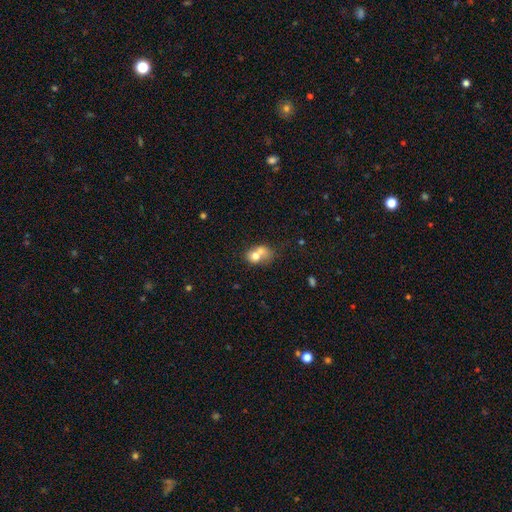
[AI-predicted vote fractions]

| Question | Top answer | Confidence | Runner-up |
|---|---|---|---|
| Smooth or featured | smooth | 68% | featured or disk (23%) |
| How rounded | in between | 50% | round (49%) |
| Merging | merger | 68% | none (19%) |